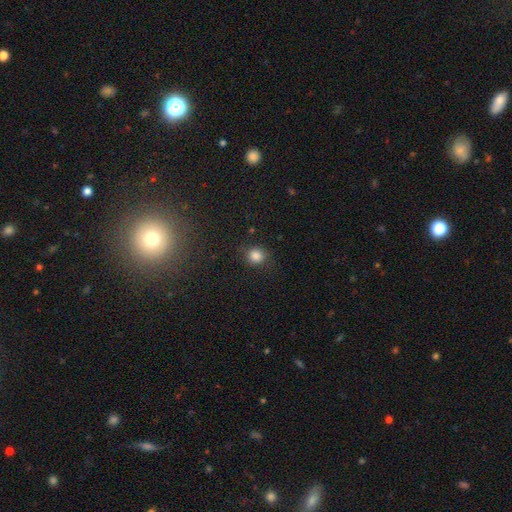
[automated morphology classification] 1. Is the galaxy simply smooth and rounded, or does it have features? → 84% smooth, 11% star or artifact, 4% featured or disk.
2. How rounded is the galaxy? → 84% round, 15% in between, 1% cigar-shaped.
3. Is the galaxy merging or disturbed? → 81% none, 13% minor disturbance, 4% major disturbance, 2% merger.